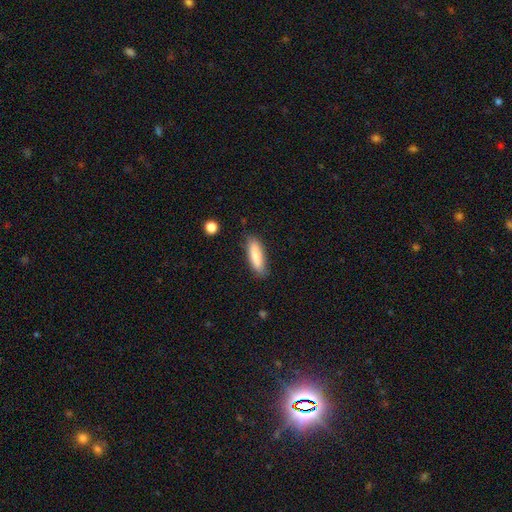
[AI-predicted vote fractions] The model was most divided on "how rounded": cigar-shaped: 58%, in between: 40%, round: 2%. More confident: smooth or featured — smooth (82%); merging — none (81%).